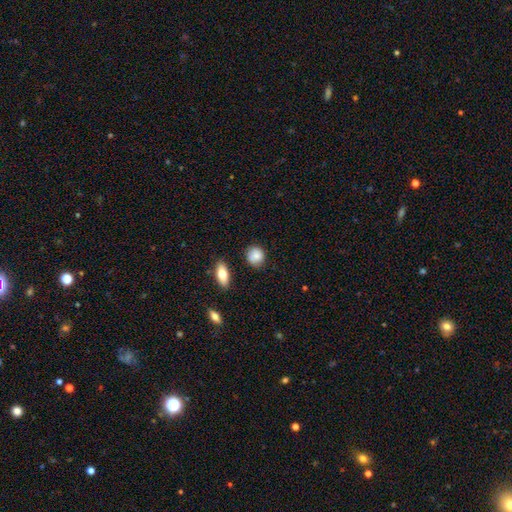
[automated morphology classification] Smooth or featured? smooth (85%)
How rounded? round (79%)
Merging? none (81%)